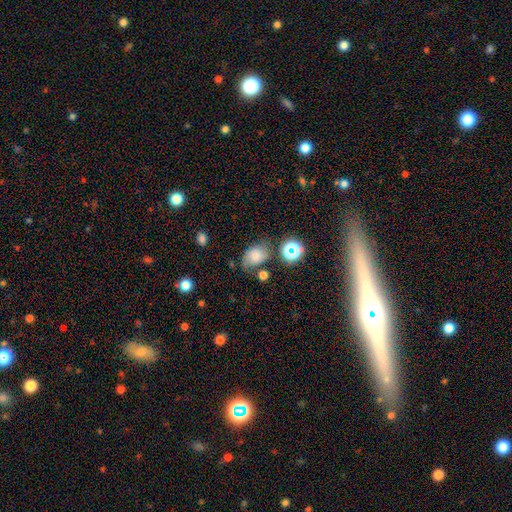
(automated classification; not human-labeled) Smooth or featured: smooth — 68% (featured or disk — 16%)
How rounded: in between — 76% (round — 23%)
Merging: none — 55% (minor disturbance — 27%)